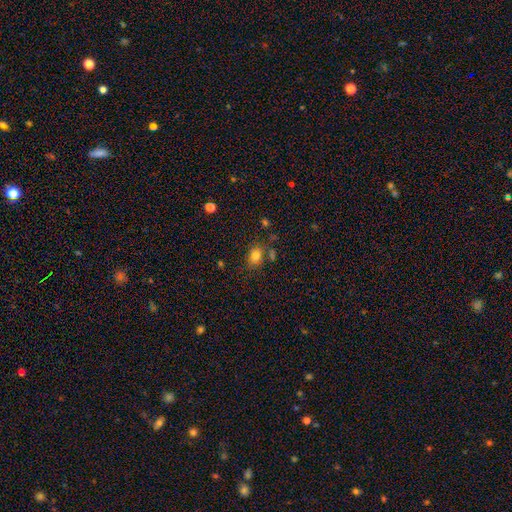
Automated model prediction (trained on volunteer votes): The model was most divided on "how rounded": in between: 65%, round: 33%, cigar-shaped: 1%. More confident: smooth or featured — smooth (78%); merging — none (70%).